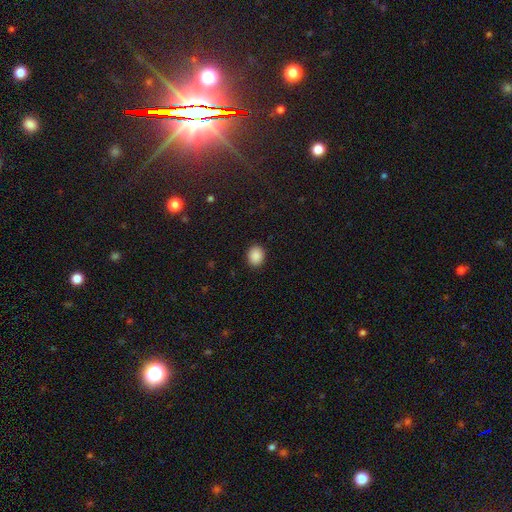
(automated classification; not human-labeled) The model was most divided on "how rounded": round: 58%, in between: 41%, cigar-shaped: 1%. More confident: merging — none (91%); smooth or featured — smooth (89%).